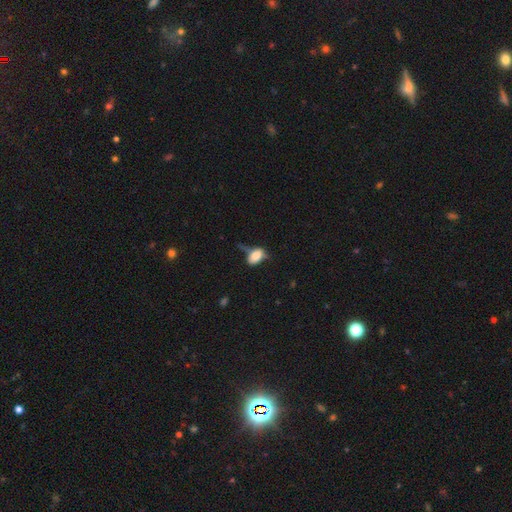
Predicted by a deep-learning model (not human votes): Morphology: type=smooth (75%); roundness=in between (86%); merging=none (37%).